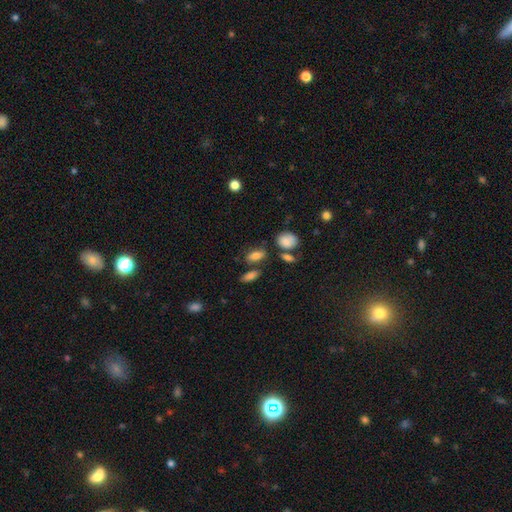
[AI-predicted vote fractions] smooth_or_featured: smooth (p=0.76) [alt: featured or disk p=0.13]
how_rounded: in between (p=0.79) [alt: cigar-shaped p=0.13]
merging: none (p=0.67) [alt: minor disturbance p=0.15]